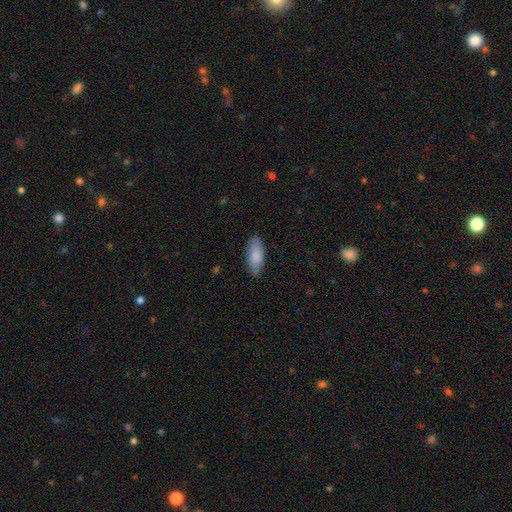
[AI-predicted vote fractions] A smooth galaxy with no disk features (85%) that is in between round and cigar-shaped (79%). Merging: none (82%).